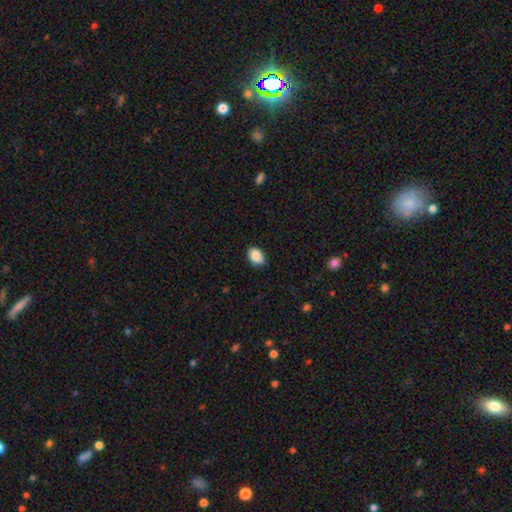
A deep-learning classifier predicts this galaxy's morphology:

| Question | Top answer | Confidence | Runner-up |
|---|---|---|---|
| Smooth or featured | smooth | 87% | star or artifact (8%) |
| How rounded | in between | 79% | round (20%) |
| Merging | none | 74% | minor disturbance (22%) |